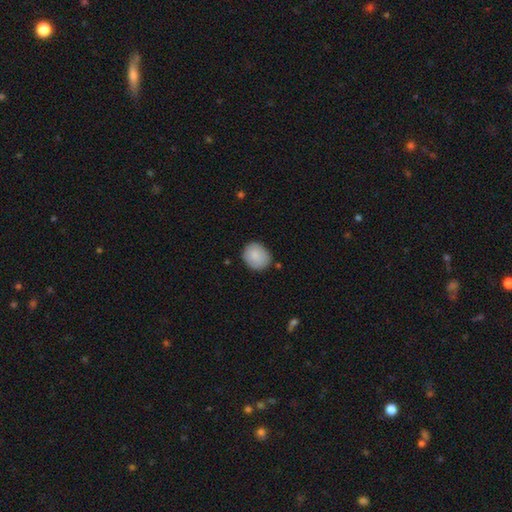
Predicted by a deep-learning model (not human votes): A smooth galaxy with no disk features (85%) that is round (64%).

Vote fractions:
- Smooth or featured? smooth: 85% / featured or disk: 8% / star or artifact: 7%
- How rounded? round: 64% / in between: 35% / cigar-shaped: 1%
- Merging? none: 78% / minor disturbance: 16% / major disturbance: 3% / merger: 2%